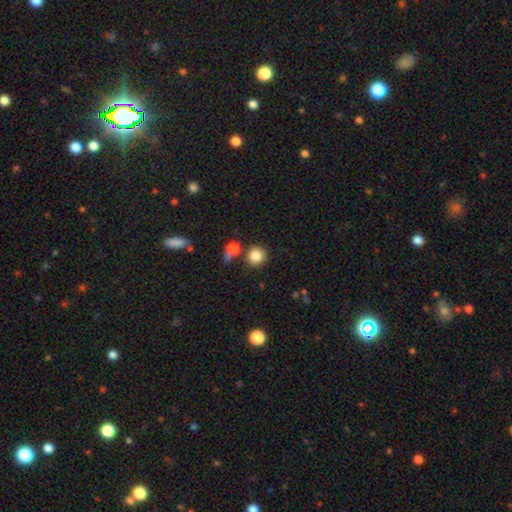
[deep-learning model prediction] The model was most divided on "merging": none: 71%, merger: 16%, minor disturbance: 9%, major disturbance: 4%. More confident: how rounded — round (90%); smooth or featured — smooth (84%).